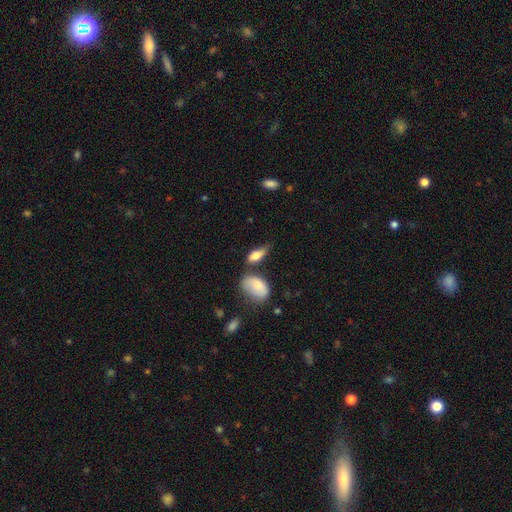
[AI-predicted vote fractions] The model was most divided on "merging": none: 41%, minor disturbance: 29%, merger: 18%, major disturbance: 12%. More confident: how rounded — in between (80%); smooth or featured — smooth (77%).